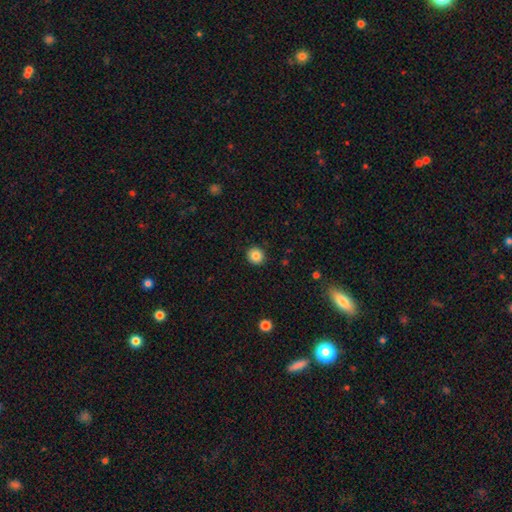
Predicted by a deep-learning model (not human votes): Smooth or featured? smooth (85%)
How rounded? round (89%)
Merging? none (92%)